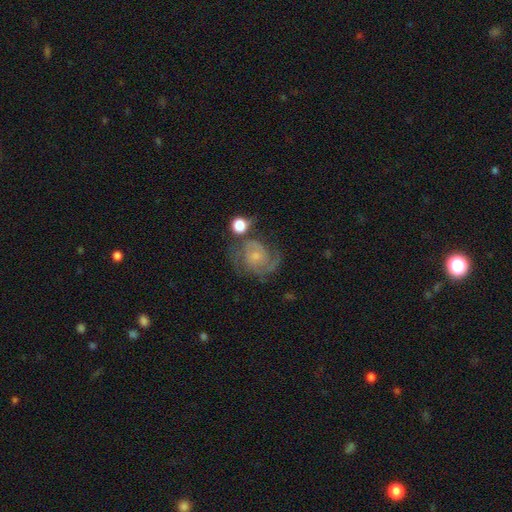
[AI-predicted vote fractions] This appears to be a featured or disk galaxy (79%) with no bar (69%), 2 (56%) tight (44%) spiral arms (94%) and a small central bulge (63%). Merging: none (53%).